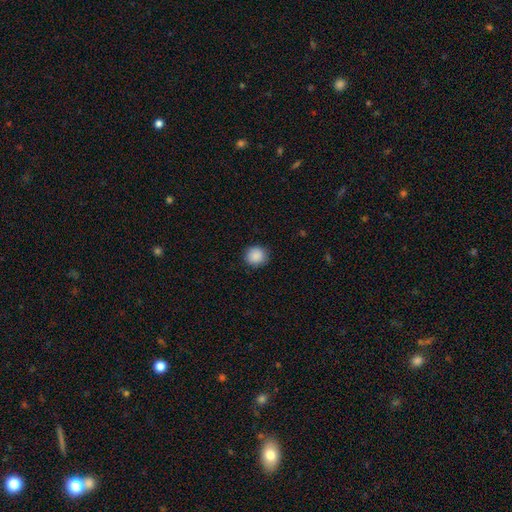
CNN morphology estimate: smooth_or_featured: smooth (p=0.89) [alt: star or artifact p=0.08]
how_rounded: round (p=0.89) [alt: in between p=0.10]
merging: none (p=0.89) [alt: minor disturbance p=0.08]